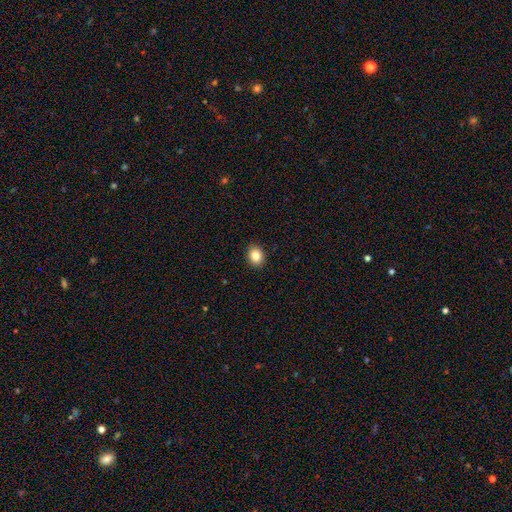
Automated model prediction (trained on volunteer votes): smooth_or_featured: smooth (p=0.84) [alt: star or artifact p=0.09]
how_rounded: in between (p=0.50) [alt: round p=0.49]
merging: none (p=0.91) [alt: minor disturbance p=0.07]